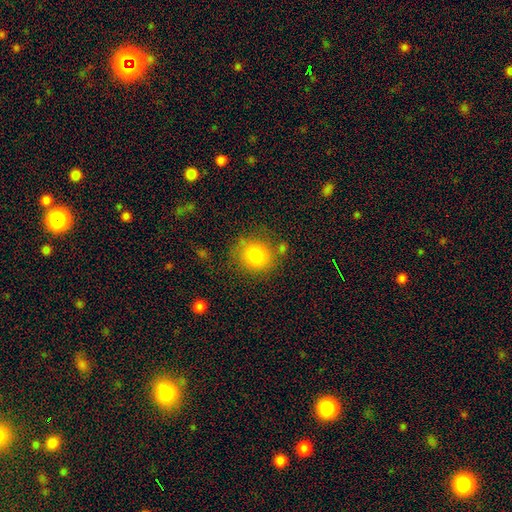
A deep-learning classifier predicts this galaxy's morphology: Smooth or featured: smooth — 81% (star or artifact — 10%)
How rounded: round — 87% (in between — 12%)
Merging: none — 76% (minor disturbance — 14%)